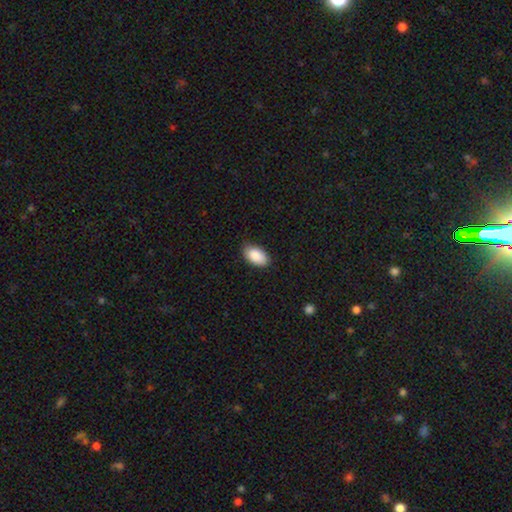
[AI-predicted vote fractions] The model was most divided on "merging": none: 79%, minor disturbance: 18%, major disturbance: 3%, merger: 1%. More confident: how rounded — in between (95%); smooth or featured — smooth (89%).